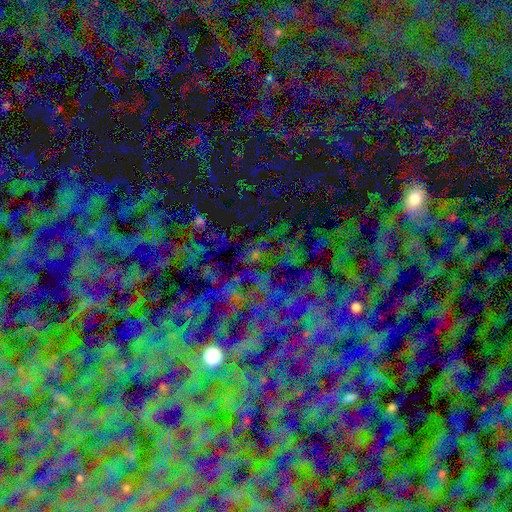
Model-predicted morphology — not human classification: This appears to be a star or artifact, not a galaxy (72%).